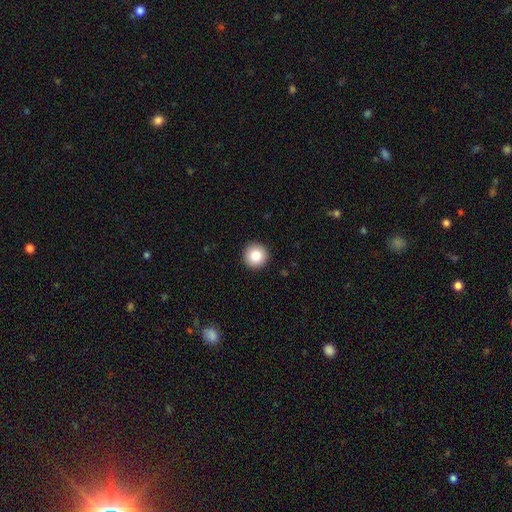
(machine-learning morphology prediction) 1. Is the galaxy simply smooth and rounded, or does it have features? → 84% smooth, 9% star or artifact, 7% featured or disk.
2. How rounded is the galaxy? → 95% round, 4% in between, 1% cigar-shaped.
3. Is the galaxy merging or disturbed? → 93% none, 4% minor disturbance, 1% major disturbance, 1% merger.